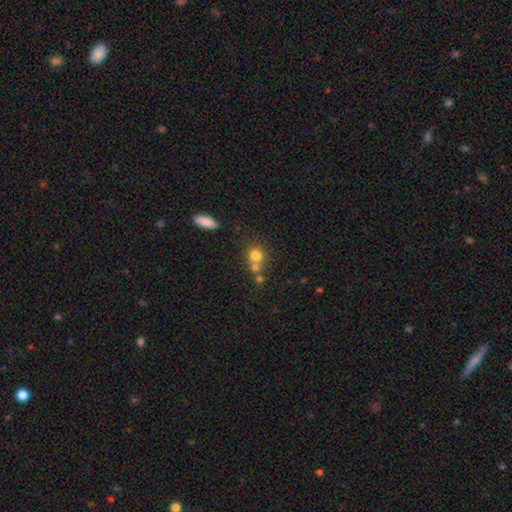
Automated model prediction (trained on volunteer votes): Q: Smooth or featured?
A: smooth (77%); runner-up: star or artifact (13%)
Q: How rounded?
A: round (84%); runner-up: in between (15%)
Q: Merging?
A: none (47%); runner-up: merger (41%)